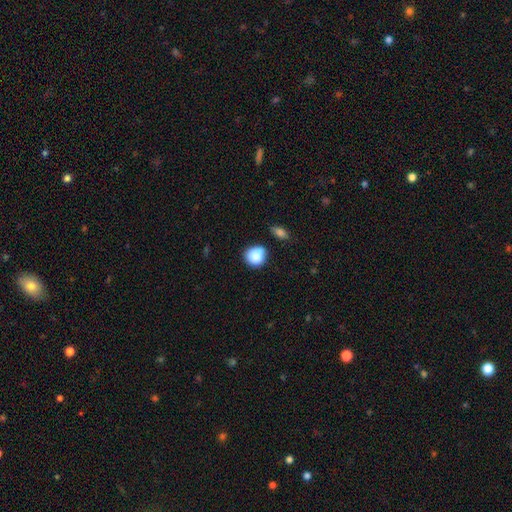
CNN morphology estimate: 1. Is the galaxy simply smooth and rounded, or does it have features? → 86% smooth, 8% star or artifact, 6% featured or disk.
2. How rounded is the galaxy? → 85% round, 14% in between, 1% cigar-shaped.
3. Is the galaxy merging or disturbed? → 67% none, 22% minor disturbance, 7% merger, 4% major disturbance.